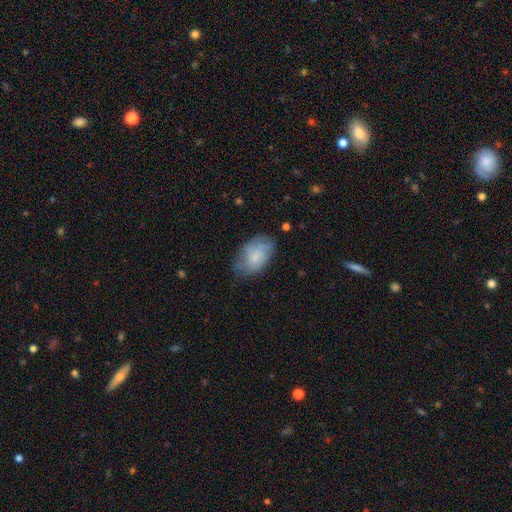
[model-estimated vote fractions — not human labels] smooth 55%, featured or disk 38%, star or artifact 8%. Down the decision tree: how rounded — in between (90%); merging — none (64%).